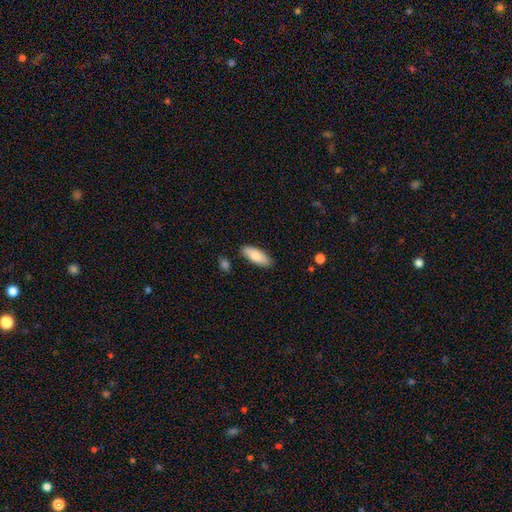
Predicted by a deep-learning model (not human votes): Overall: smooth (84%). How rounded: in between (77%). Merging: none (86%).